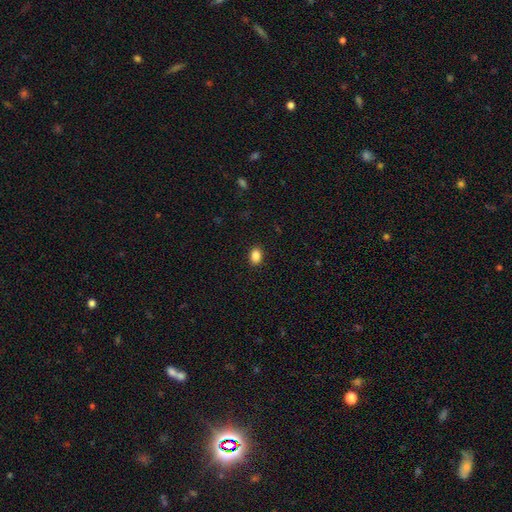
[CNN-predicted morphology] smooth_or_featured: smooth (p=0.87) [alt: star or artifact p=0.09]
how_rounded: in between (p=0.74) [alt: round p=0.25]
merging: none (p=0.90) [alt: minor disturbance p=0.07]